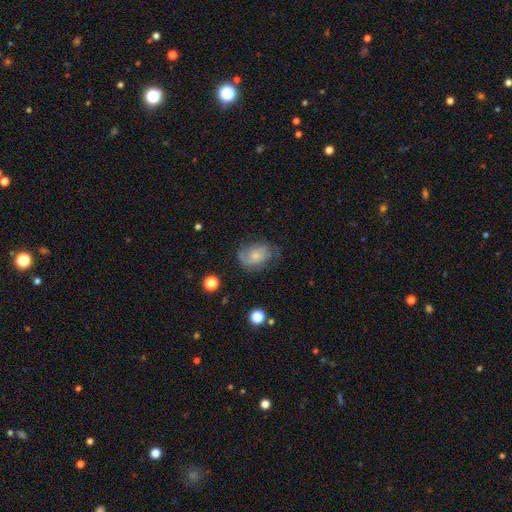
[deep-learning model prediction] A featured or disk galaxy (56%) with no bar (74%), spiral arms (83%) and a small central bulge (56%). Merging: none (57%).